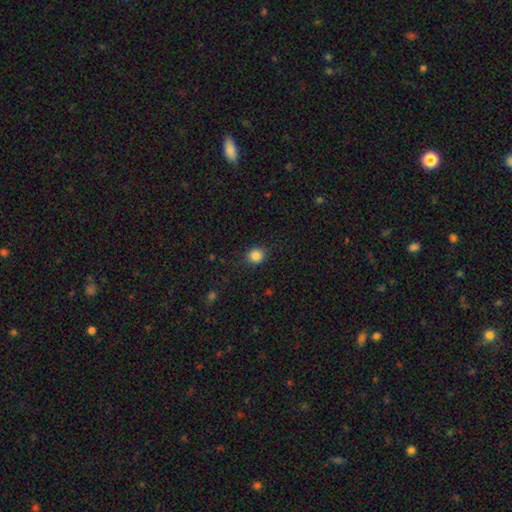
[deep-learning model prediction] Smooth or featured? smooth (86%)
How rounded? round (79%)
Merging? none (87%)